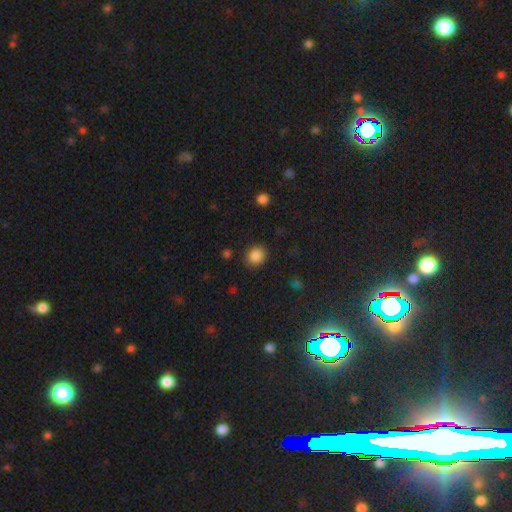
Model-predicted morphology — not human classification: smooth_or_featured: smooth (p=0.86) [alt: star or artifact p=0.10]
how_rounded: round (p=0.77) [alt: in between p=0.22]
merging: none (p=0.87) [alt: minor disturbance p=0.08]